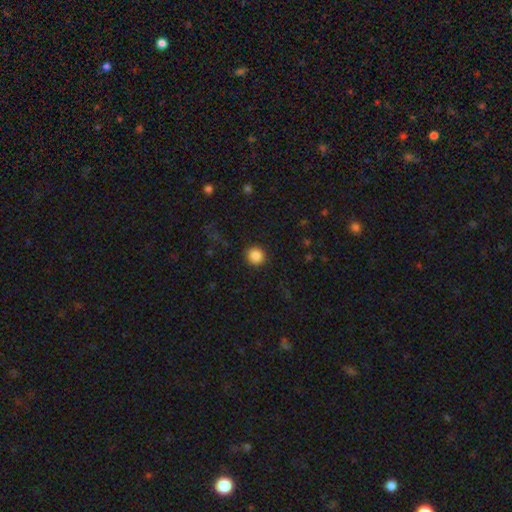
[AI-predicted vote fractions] This appears to be a smooth galaxy with no disk features (87%) that is round (91%). Merging: none (90%).